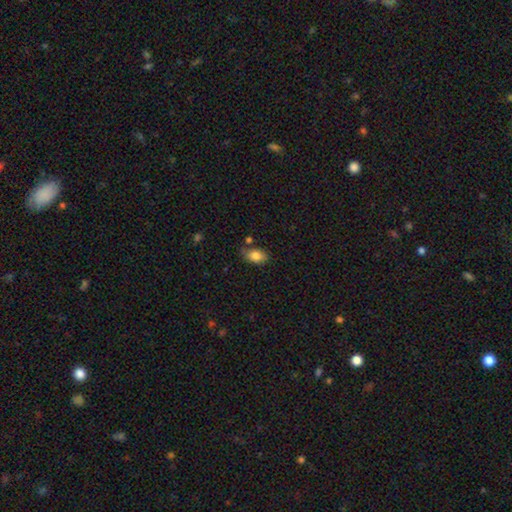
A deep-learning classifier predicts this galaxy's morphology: Smooth or featured?
  - smooth: 84% *
  - star or artifact: 8%
  - featured or disk: 8%
How rounded?
  - in between: 88% *
  - round: 11%
  - cigar-shaped: 2%
Merging?
  - none: 69% *
  - minor disturbance: 20%
  - merger: 7%
  - major disturbance: 4%